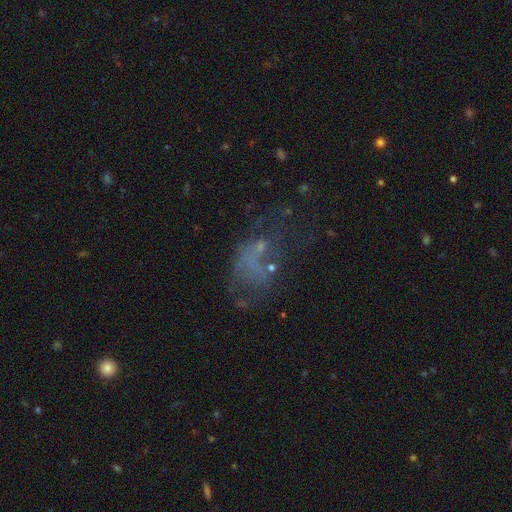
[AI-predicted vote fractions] Q: Smooth or featured?
A: featured or disk (41%); runner-up: smooth (33%)
Q: Merging?
A: major disturbance (38%); runner-up: none (34%)